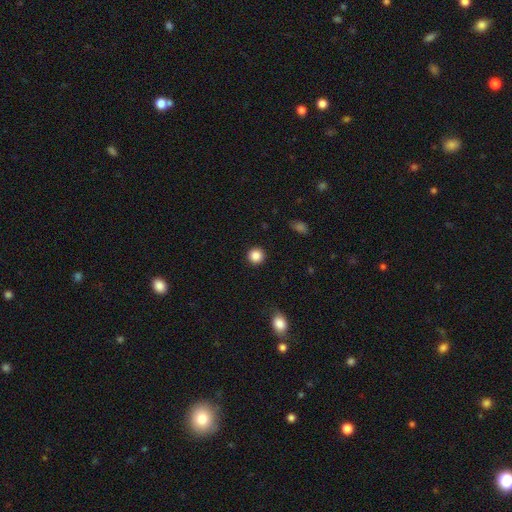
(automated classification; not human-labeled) Morphology: type=smooth (87%); roundness=round (95%); merging=none (92%).